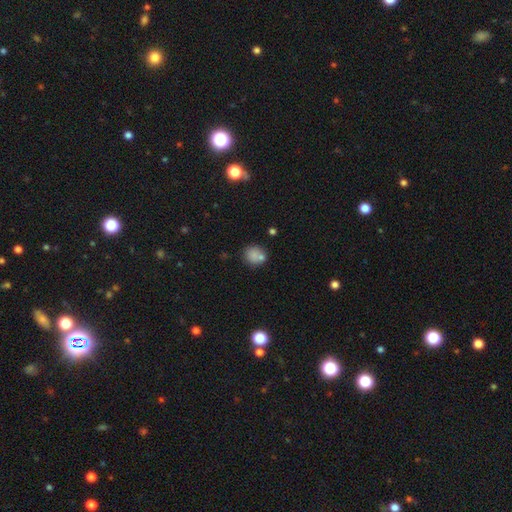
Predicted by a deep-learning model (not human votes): The model was most divided on "merging": none: 66%, merger: 17%, minor disturbance: 13%, major disturbance: 4%. More confident: how rounded — round (84%); smooth or featured — smooth (79%).